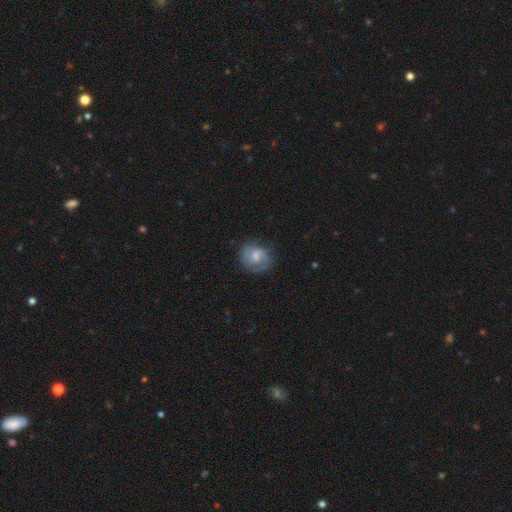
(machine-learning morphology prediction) A featured or disk galaxy (48%).

Vote fractions:
- Smooth or featured? featured or disk: 48% / smooth: 44% / star or artifact: 8%
- Merging? none: 68% / minor disturbance: 21% / major disturbance: 9% / merger: 1%